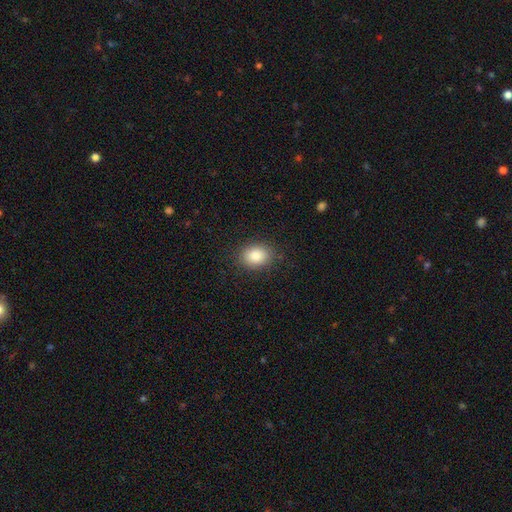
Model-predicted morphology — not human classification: smooth_or_featured: smooth (p=0.84) [alt: star or artifact p=0.09]
how_rounded: in between (p=0.60) [alt: round p=0.39]
merging: none (p=0.87) [alt: minor disturbance p=0.09]